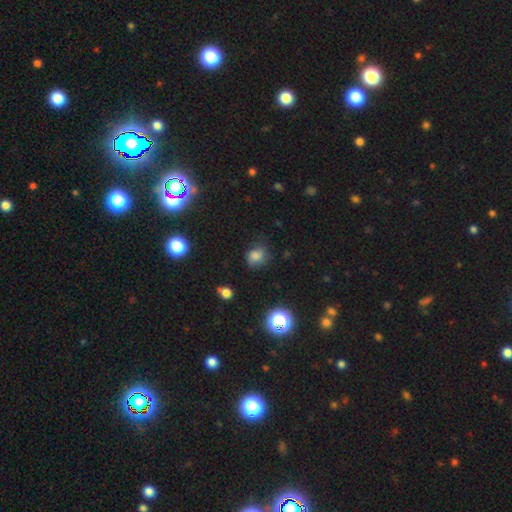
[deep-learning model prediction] Smooth or featured?
  - smooth: 73% *
  - star or artifact: 15%
  - featured or disk: 11%
How rounded?
  - round: 65% *
  - in between: 34%
  - cigar-shaped: 1%
Merging?
  - none: 62% *
  - minor disturbance: 26%
  - major disturbance: 10%
  - merger: 2%